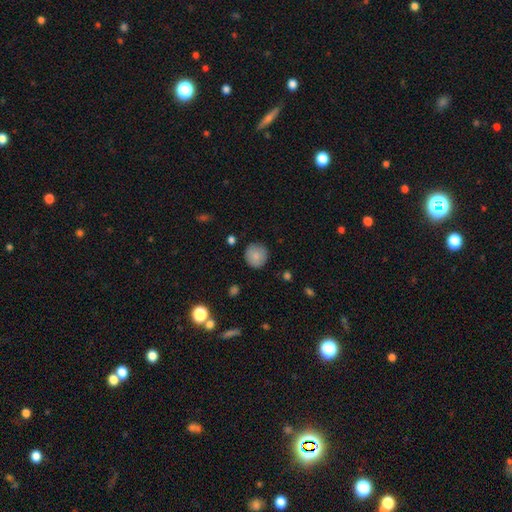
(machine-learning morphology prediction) type=smooth (83%); roundness=round (92%); merging=none (86%).